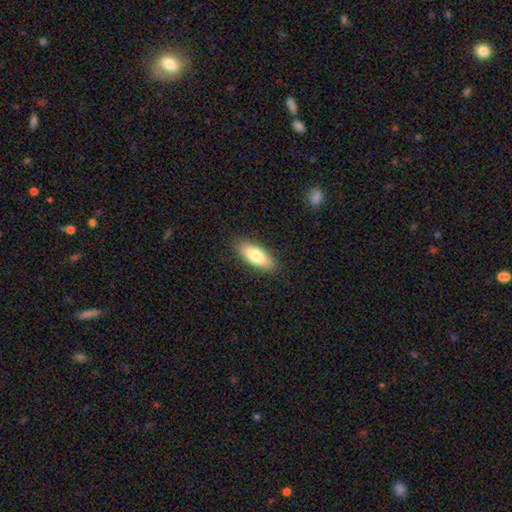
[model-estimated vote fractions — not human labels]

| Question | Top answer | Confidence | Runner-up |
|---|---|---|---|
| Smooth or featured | smooth | 75% | featured or disk (19%) |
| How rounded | in between | 69% | cigar-shaped (29%) |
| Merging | none | 88% | minor disturbance (9%) |